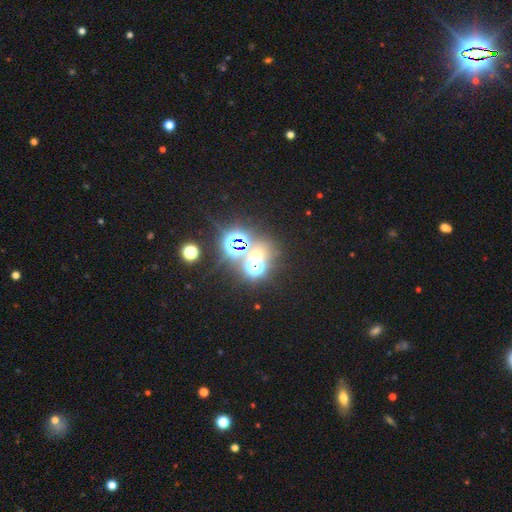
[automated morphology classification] star or artifact 68%, smooth 23%, featured or disk 9%.